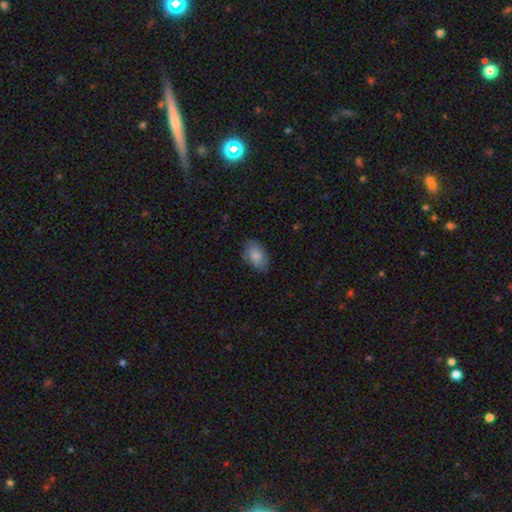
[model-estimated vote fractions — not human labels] Morphology: type=smooth (81%); roundness=in between (93%); merging=none (80%).